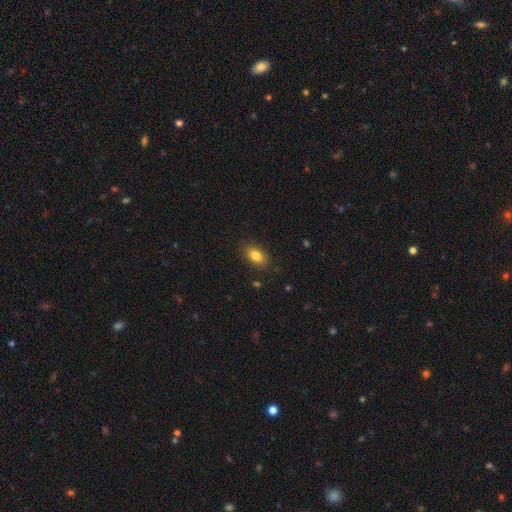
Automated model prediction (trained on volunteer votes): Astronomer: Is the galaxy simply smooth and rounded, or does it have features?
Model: smooth — 82%.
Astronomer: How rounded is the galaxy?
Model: in between — 86%.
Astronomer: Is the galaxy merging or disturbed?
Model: none — 87%.